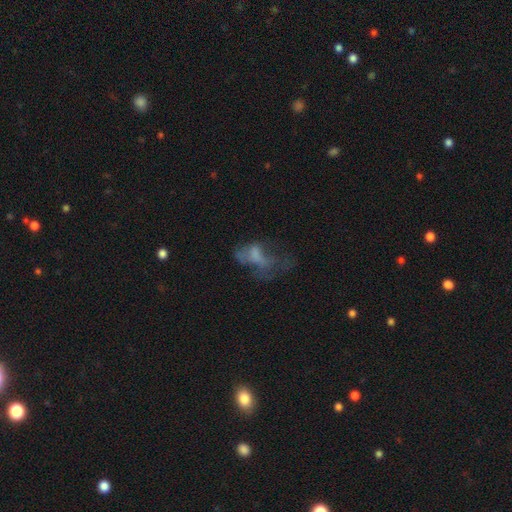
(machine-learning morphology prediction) Smooth or featured: featured or disk — 42% (smooth — 41%)
Merging: major disturbance — 51% (none — 25%)